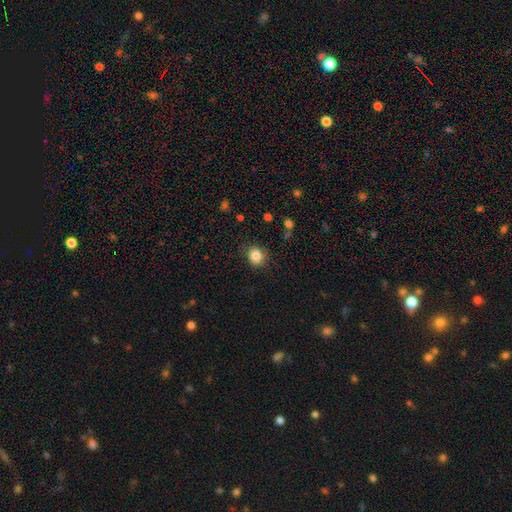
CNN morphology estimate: A smooth galaxy with no disk features (84%) that is round (80%). Merging: none (85%).